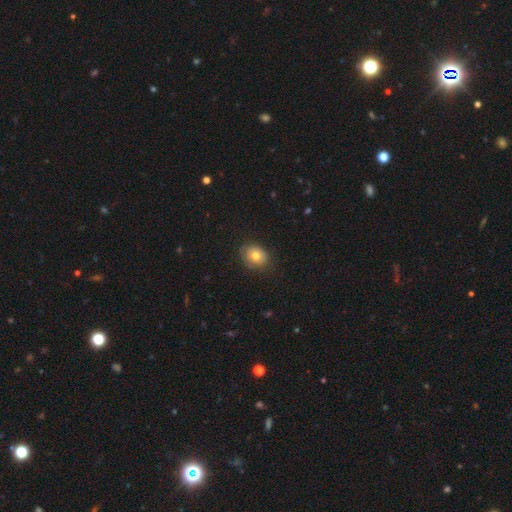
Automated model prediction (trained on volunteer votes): This is likely a smooth galaxy (63%). How rounded: possibly in between (52%). Merging: likely none (75%).